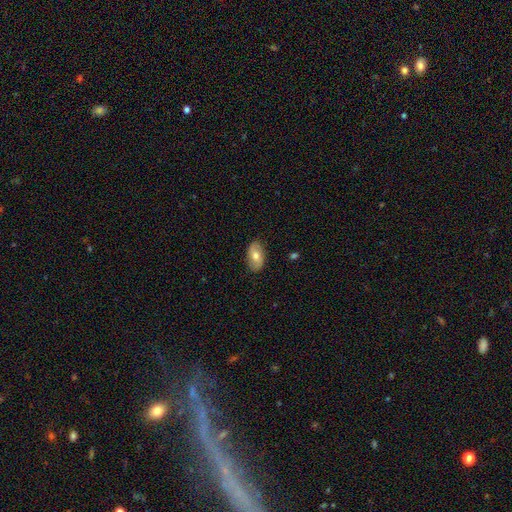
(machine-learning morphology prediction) smooth_or_featured: smooth (p=0.67) [alt: featured or disk p=0.26]
how_rounded: in between (p=0.93) [alt: round p=0.05]
merging: none (p=0.85) [alt: minor disturbance p=0.11]